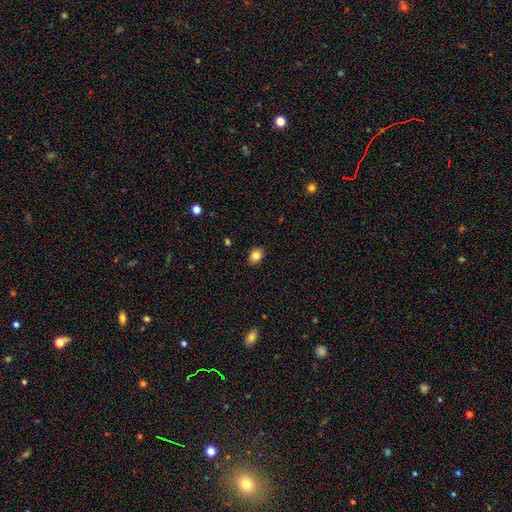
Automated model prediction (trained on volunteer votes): smooth_or_featured: smooth (p=0.82) [alt: star or artifact p=0.10]
how_rounded: in between (p=0.58) [alt: round p=0.41]
merging: none (p=0.89) [alt: minor disturbance p=0.08]